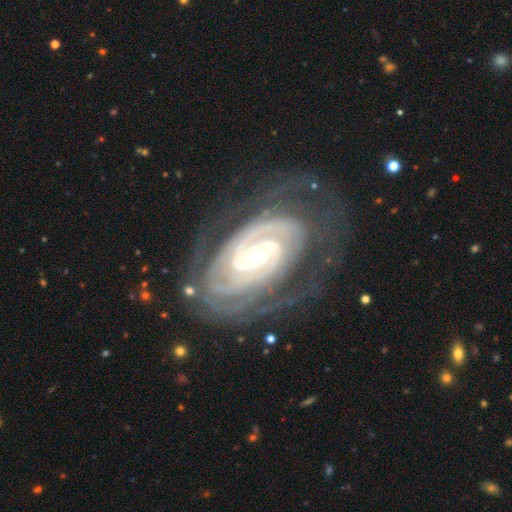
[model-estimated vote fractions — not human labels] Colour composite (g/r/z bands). It shows a featured or disk galaxy (91%) with a strong bar (42%), 2 (40%) tight (77%) spiral arms (98%) and a small central bulge (60%). Merging: none (66%).